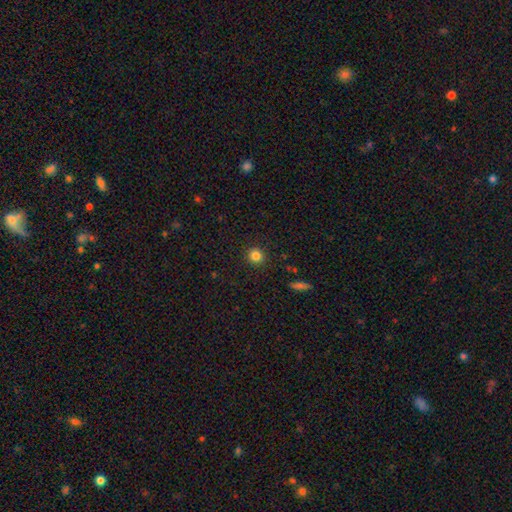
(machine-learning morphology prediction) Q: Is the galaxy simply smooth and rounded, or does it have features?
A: smooth — 84%.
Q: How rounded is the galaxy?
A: round — 91%.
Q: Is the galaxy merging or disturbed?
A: none — 91%.